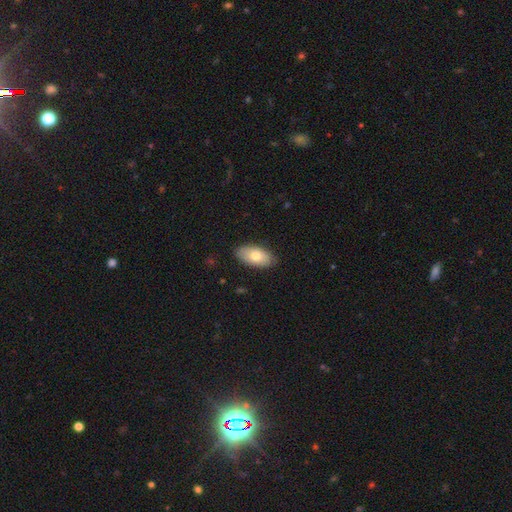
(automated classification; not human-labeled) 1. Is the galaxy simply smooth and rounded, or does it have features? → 73% smooth, 21% featured or disk, 6% star or artifact.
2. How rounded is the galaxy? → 94% in between, 3% round, 3% cigar-shaped.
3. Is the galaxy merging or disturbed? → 87% none, 10% minor disturbance, 2% major disturbance, 1% merger.